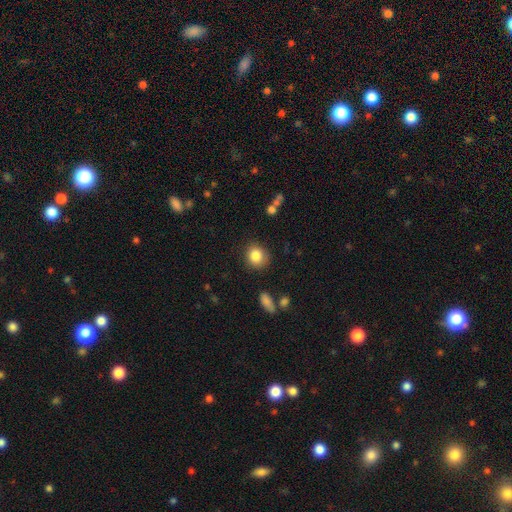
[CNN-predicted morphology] Smooth or featured: smooth — 85% (star or artifact — 9%)
How rounded: round — 77% (in between — 21%)
Merging: none — 81% (minor disturbance — 13%)